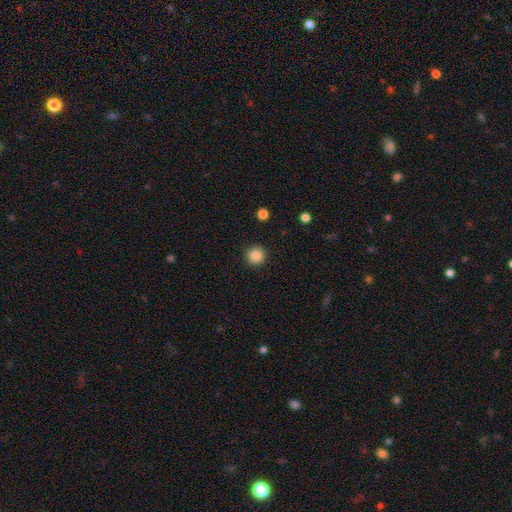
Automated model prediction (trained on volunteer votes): This appears to be a smooth galaxy with no disk features (87%) that is round (94%). Merging: none (92%).